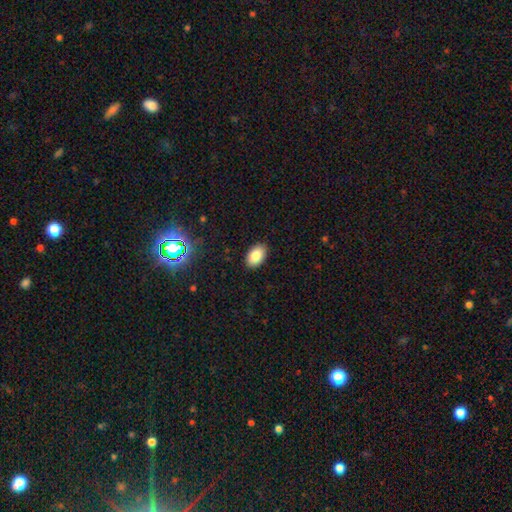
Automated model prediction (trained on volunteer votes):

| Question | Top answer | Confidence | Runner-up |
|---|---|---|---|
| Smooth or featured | smooth | 83% | star or artifact (10%) |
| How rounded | in between | 92% | round (7%) |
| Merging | none | 89% | minor disturbance (8%) |